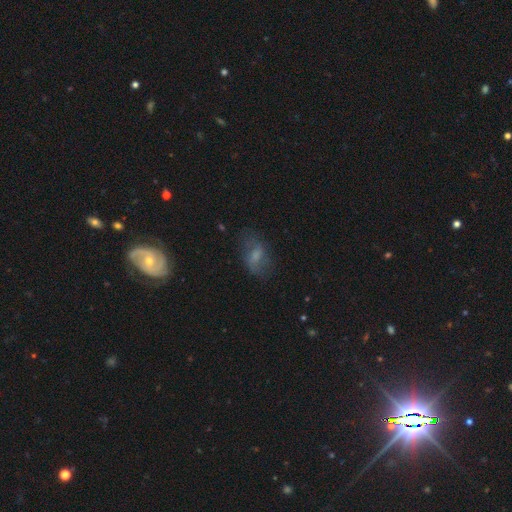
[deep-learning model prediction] A smooth galaxy with no disk features (52%) that is in between round and cigar-shaped (83%). Merging: none (60%).